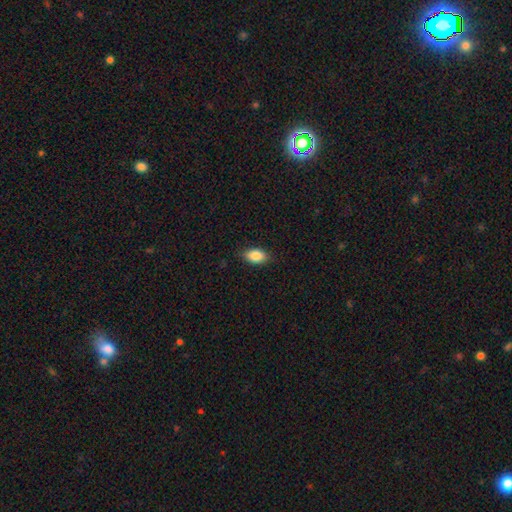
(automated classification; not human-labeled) smooth 86%, star or artifact 7%, featured or disk 7%. Down the decision tree: how rounded — in between (89%); merging — none (85%).